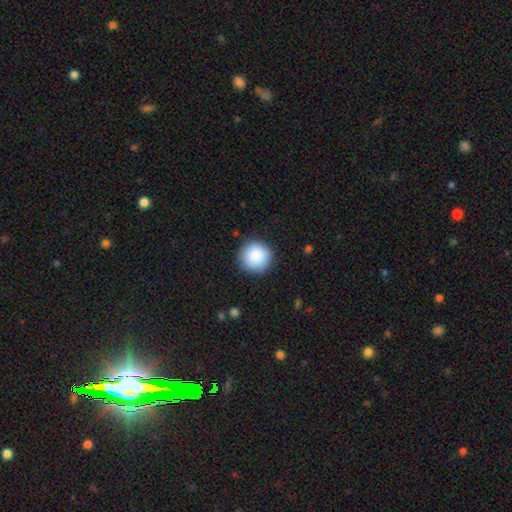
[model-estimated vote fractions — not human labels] smooth_or_featured: smooth (p=0.88) [alt: star or artifact p=0.08]
how_rounded: round (p=0.95) [alt: in between p=0.04]
merging: none (p=0.90) [alt: minor disturbance p=0.07]